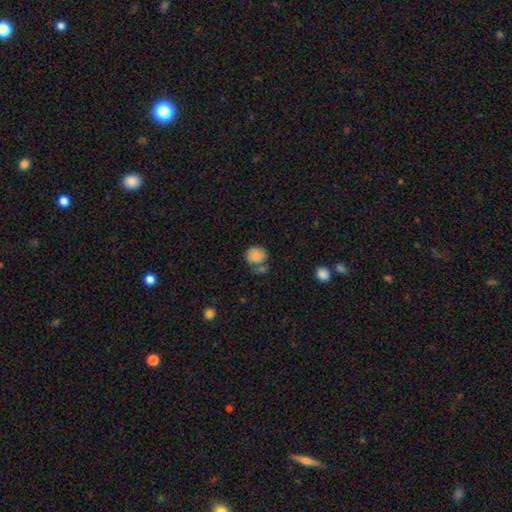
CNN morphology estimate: Smooth or featured?
  - smooth: 79% *
  - featured or disk: 12%
  - star or artifact: 9%
How rounded?
  - round: 75% *
  - in between: 24%
  - cigar-shaped: 1%
Merging?
  - none: 44% *
  - merger: 24%
  - minor disturbance: 20%
  - major disturbance: 11%